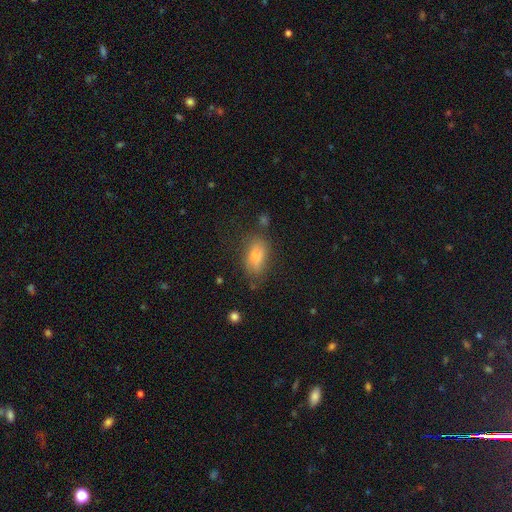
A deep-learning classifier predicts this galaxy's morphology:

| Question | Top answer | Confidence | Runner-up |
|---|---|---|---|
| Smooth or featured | smooth | 74% | featured or disk (16%) |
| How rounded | in between | 85% | cigar-shaped (10%) |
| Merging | none | 67% | minor disturbance (22%) |